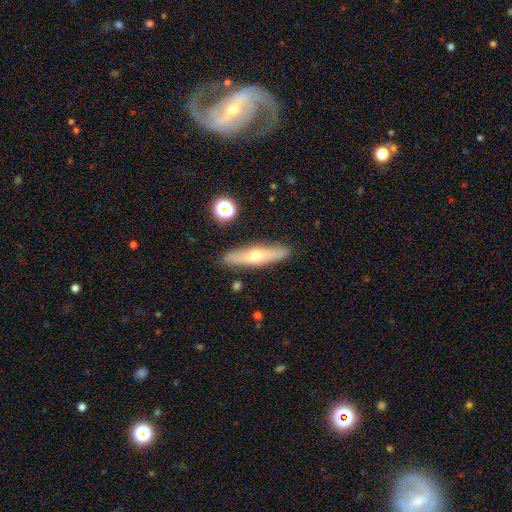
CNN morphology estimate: featured or disk 47%, smooth 46%, star or artifact 7%. Down the decision tree: merging — none (88%).